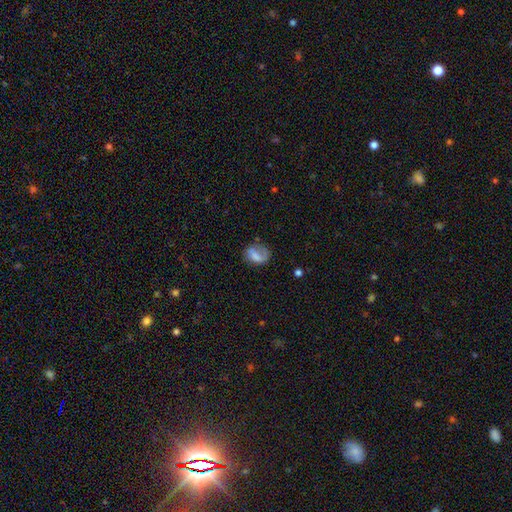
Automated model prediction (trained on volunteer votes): A smooth galaxy with no disk features (60%) that is in between round and cigar-shaped (60%).

Vote fractions:
- Smooth or featured? smooth: 60% / featured or disk: 30% / star or artifact: 10%
- How rounded? in between: 60% / round: 38% / cigar-shaped: 2%
- Merging? none: 47% / minor disturbance: 27% / major disturbance: 23% / merger: 3%